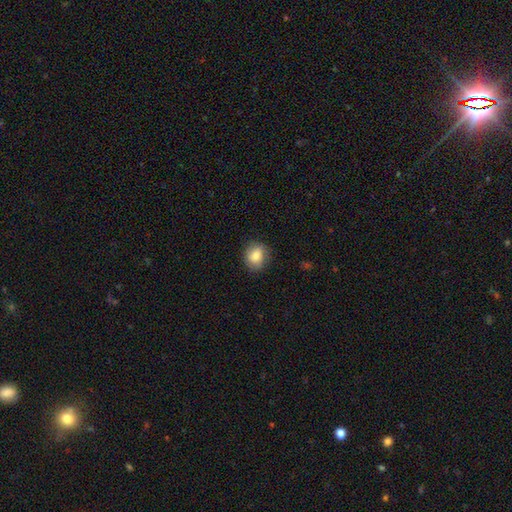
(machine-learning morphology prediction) type=smooth (78%); roundness=round (66%); merging=none (80%).